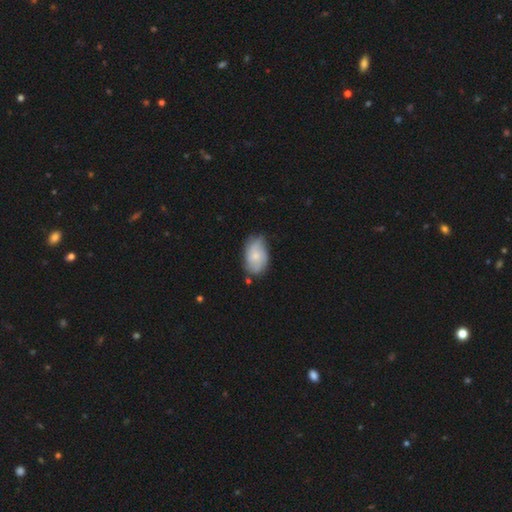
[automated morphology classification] This appears to be a smooth galaxy with no disk features (52%) that is in between round and cigar-shaped (89%). Merging: none (61%).